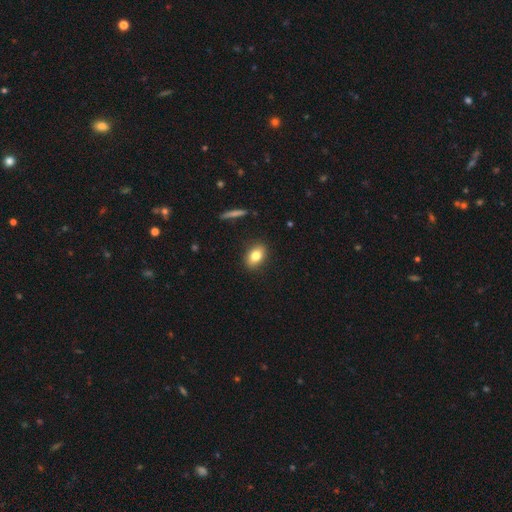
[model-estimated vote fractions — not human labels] Overall: smooth (80%). How rounded: in between (82%). Merging: none (88%).